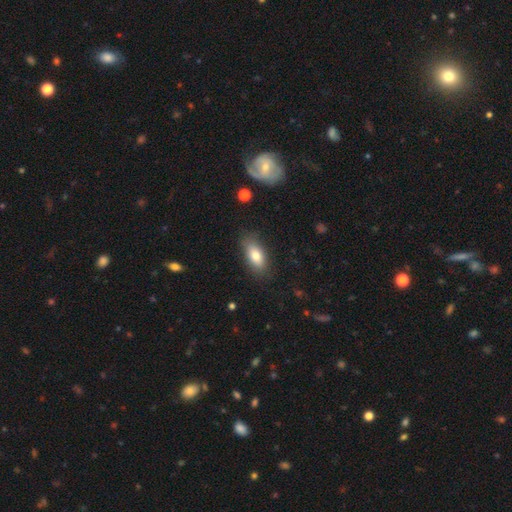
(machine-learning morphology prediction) A smooth galaxy with no disk features (79%) that is in between round and cigar-shaped (86%).

Vote fractions:
- Smooth or featured? smooth: 79% / featured or disk: 14% / star or artifact: 7%
- How rounded? in between: 86% / cigar-shaped: 10% / round: 4%
- Merging? none: 82% / minor disturbance: 14% / major disturbance: 3% / merger: 1%